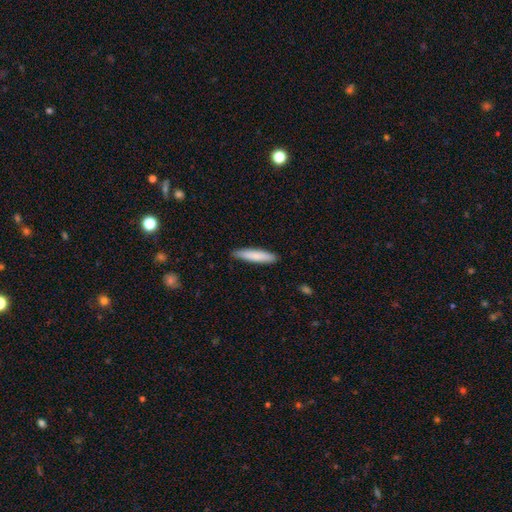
Q: Smooth or featured?
A: smooth (82%); runner-up: featured or disk (13%)
Q: How rounded?
A: cigar-shaped (88%); runner-up: in between (12%)
Q: Merging?
A: none (95%); runner-up: minor disturbance (3%)